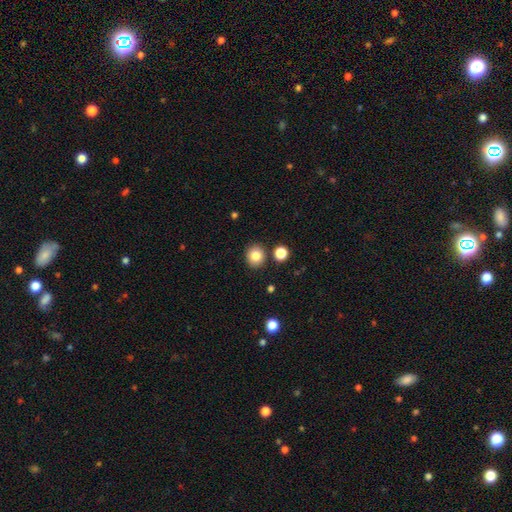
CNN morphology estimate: This is clearly a smooth galaxy (84%). How rounded: clearly round (83%). Merging: clearly none (87%).